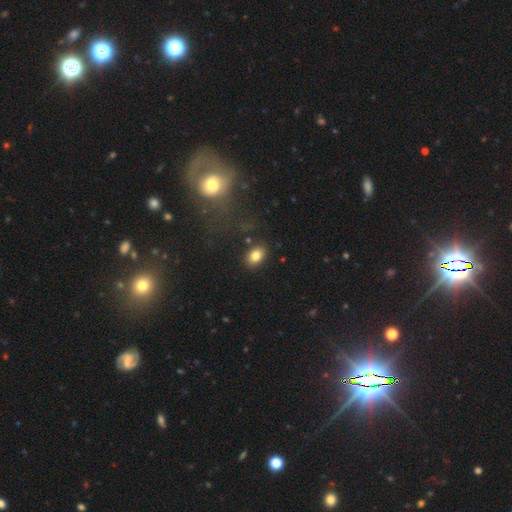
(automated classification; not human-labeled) Smooth or featured? smooth (82%)
How rounded? in between (79%)
Merging? none (85%)